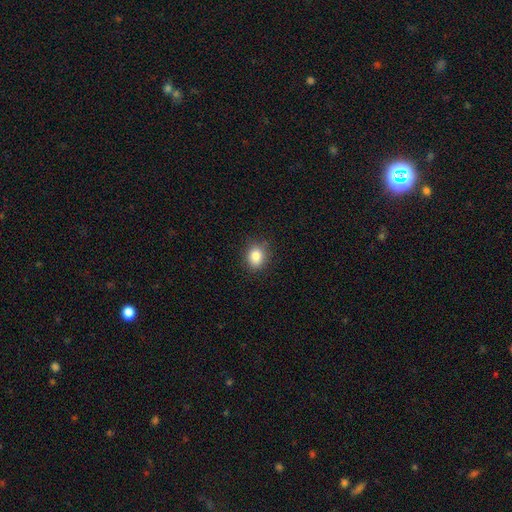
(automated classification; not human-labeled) Smooth or featured? Predicted: smooth (p=0.85). How rounded? Predicted: round (p=0.54). Merging? Predicted: none (p=0.84).